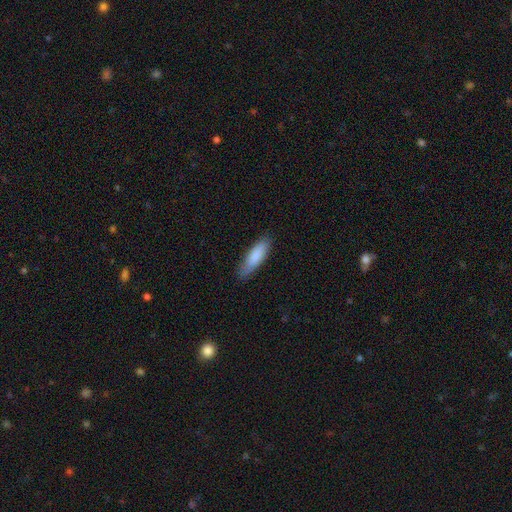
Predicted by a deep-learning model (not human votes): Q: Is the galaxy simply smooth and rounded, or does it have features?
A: smooth — 84%.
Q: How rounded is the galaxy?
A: cigar-shaped — 53%.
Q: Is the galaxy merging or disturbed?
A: none — 82%.